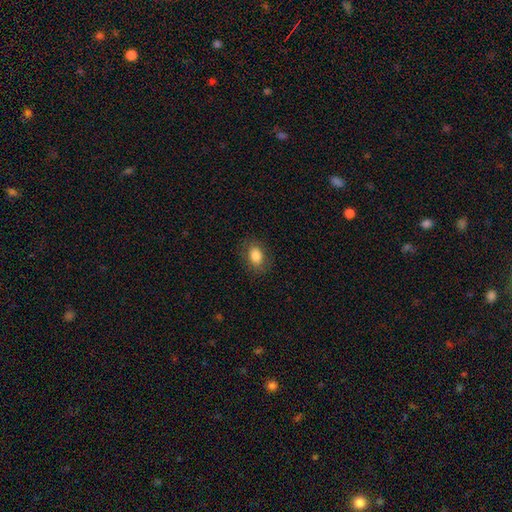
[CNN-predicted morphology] A smooth galaxy with no disk features (84%) that is in between round and cigar-shaped (77%).

Vote fractions:
- Smooth or featured? smooth: 84% / star or artifact: 8% / featured or disk: 8%
- How rounded? in between: 77% / round: 22% / cigar-shaped: 1%
- Merging? none: 84% / minor disturbance: 12% / major disturbance: 4% / merger: 1%